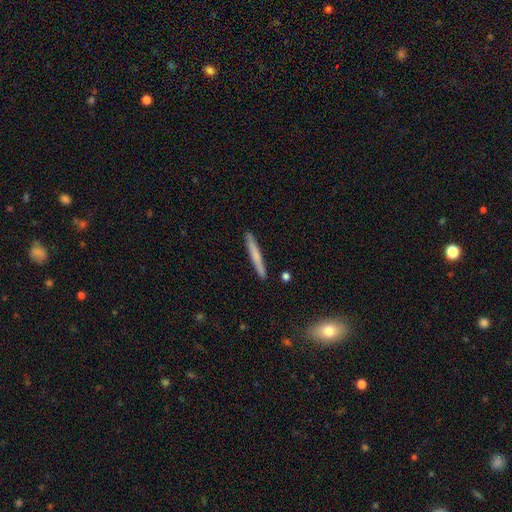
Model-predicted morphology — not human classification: smooth_or_featured: smooth (p=0.63) [alt: featured or disk p=0.31]
how_rounded: cigar-shaped (p=0.97) [alt: in between p=0.02]
merging: none (p=0.91) [alt: minor disturbance p=0.06]